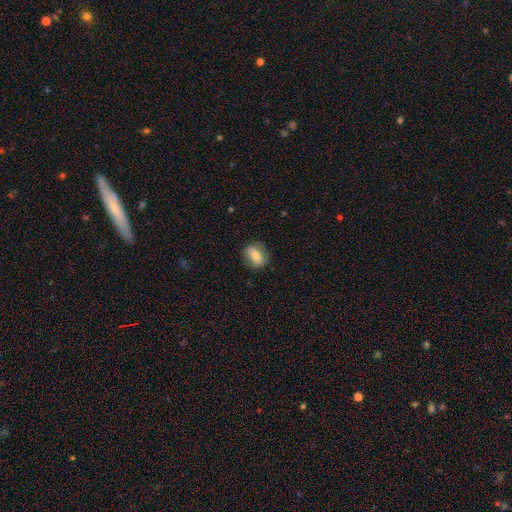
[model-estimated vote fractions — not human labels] This is likely a smooth galaxy (70%). How rounded: likely in between (60%). Merging: clearly none (80%).